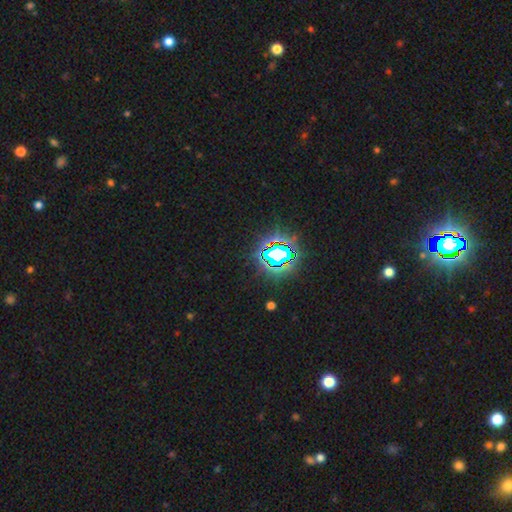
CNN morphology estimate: type=star or artifact (81%).